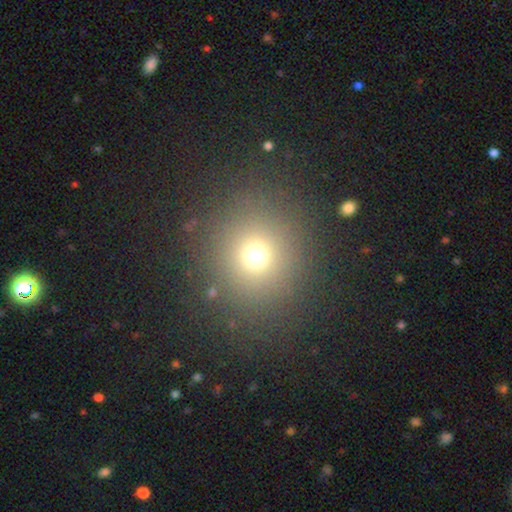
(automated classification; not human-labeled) Smooth or featured?
  - smooth: 68% *
  - star or artifact: 23%
  - featured or disk: 9%
How rounded?
  - round: 91% *
  - in between: 8%
  - cigar-shaped: 1%
Merging?
  - none: 86% *
  - minor disturbance: 7%
  - major disturbance: 5%
  - merger: 2%